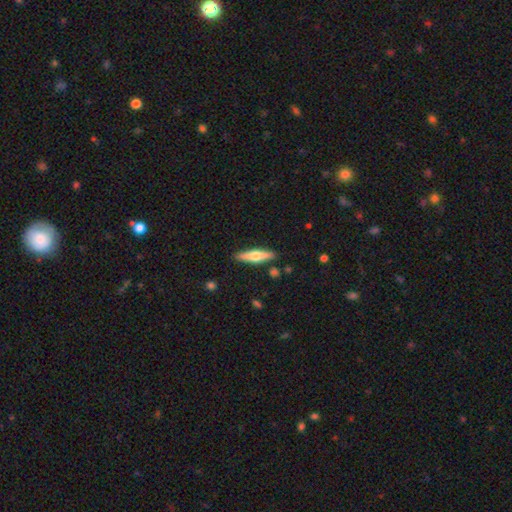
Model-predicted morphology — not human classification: Overall: featured or disk (50%; smooth 44%). Merging: none (87%).